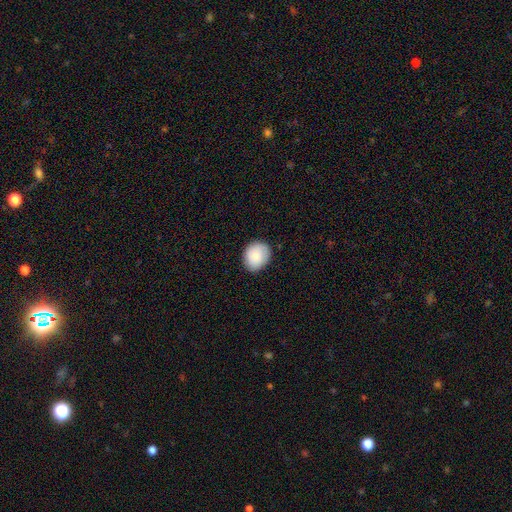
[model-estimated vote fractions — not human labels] smooth-or-featured: smooth: 86% | featured or disk: 8% | star or artifact: 7%
  how-rounded: round: 58% | in between: 41% | cigar-shaped: 1%
  merging: none: 83% | minor disturbance: 13% | major disturbance: 2% | merger: 1%